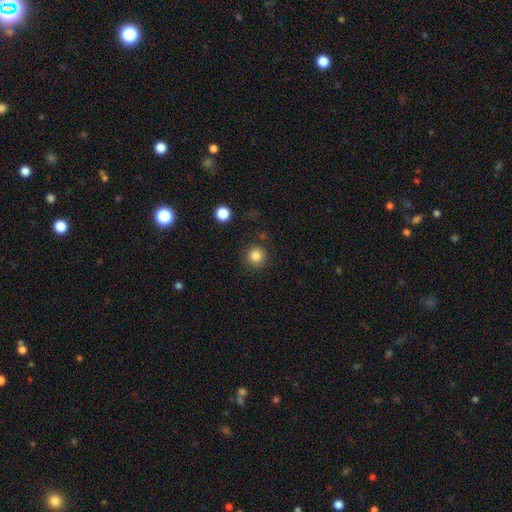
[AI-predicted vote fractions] smooth 85%, star or artifact 11%, featured or disk 5%. Down the decision tree: how rounded — round (94%); merging — none (87%).